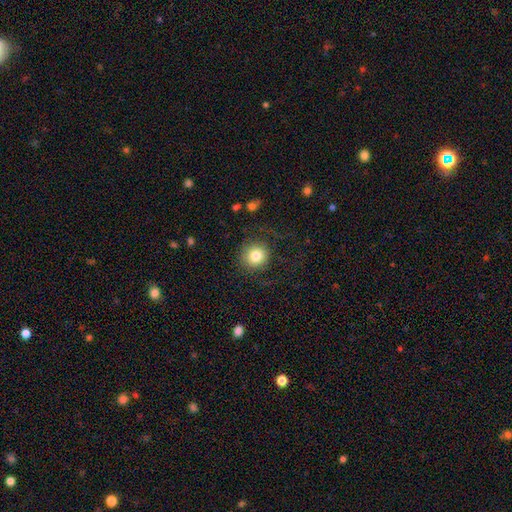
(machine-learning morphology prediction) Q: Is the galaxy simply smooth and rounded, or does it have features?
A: smooth — 80%.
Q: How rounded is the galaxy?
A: round — 91%.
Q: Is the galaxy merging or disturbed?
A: none — 79%.